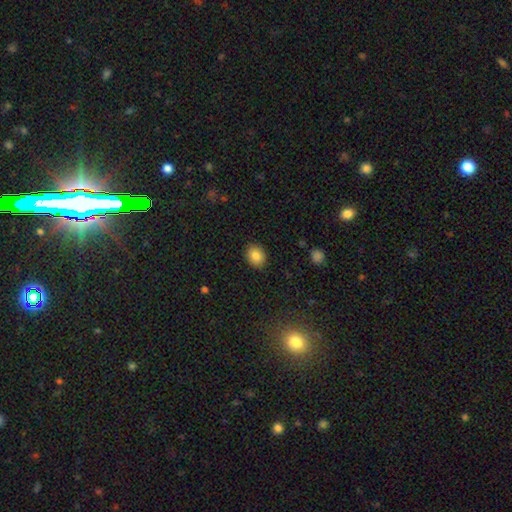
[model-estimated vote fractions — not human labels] smooth 83%, star or artifact 9%, featured or disk 8%. Down the decision tree: how rounded — round (52%); merging — none (89%).